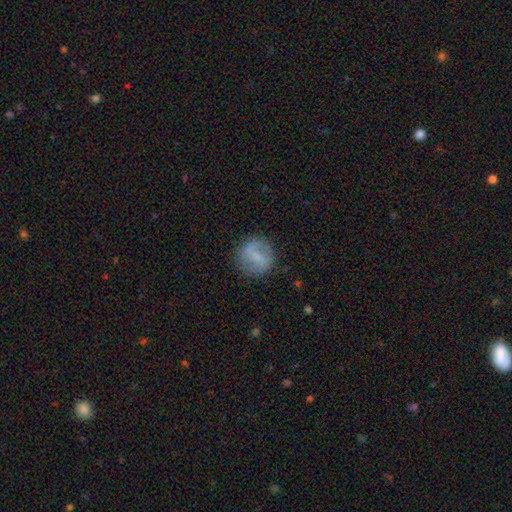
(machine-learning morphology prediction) Smooth or featured?
  - featured or disk: 47% *
  - smooth: 45%
  - star or artifact: 8%
Merging?
  - none: 78% *
  - minor disturbance: 14%
  - major disturbance: 6%
  - merger: 2%